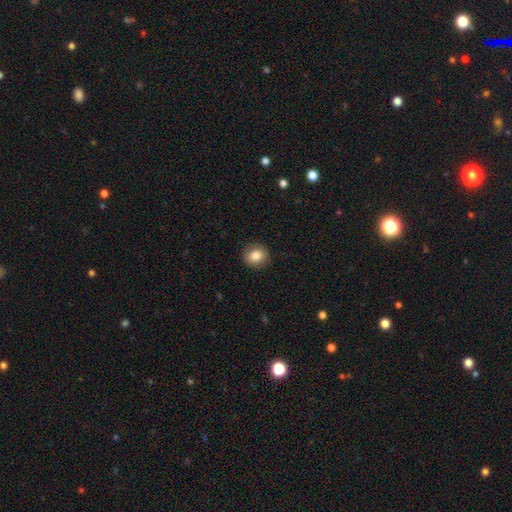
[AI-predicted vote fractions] The model was most divided on "how rounded": round: 83%, in between: 16%, cigar-shaped: 1%. More confident: merging — none (89%); smooth or featured — smooth (83%).